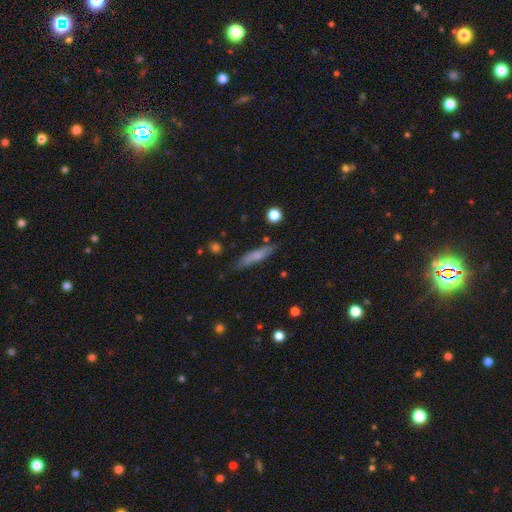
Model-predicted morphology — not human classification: This appears to be a smooth galaxy with no disk features (71%) that is cigar-shaped (82%). Merging: none (79%).